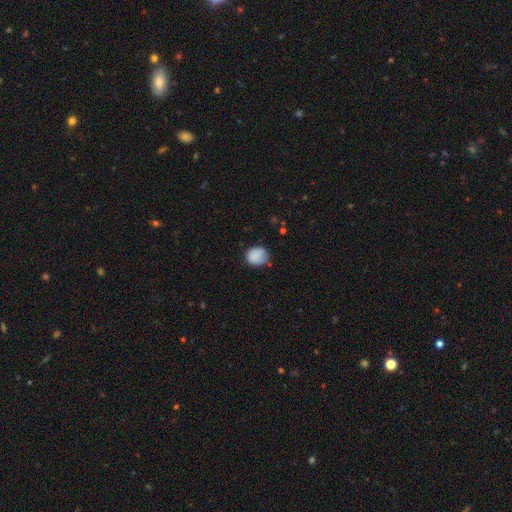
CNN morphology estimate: This appears to be a smooth galaxy with no disk features (84%) that is round (70%). Merging: none (66%).